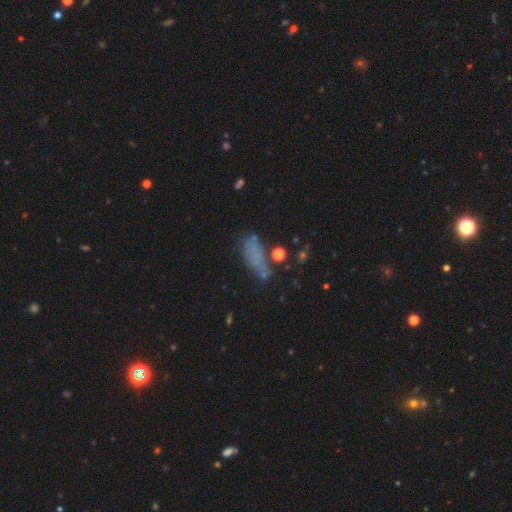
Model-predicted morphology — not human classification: Smooth or featured?
  - smooth: 60% *
  - star or artifact: 20%
  - featured or disk: 20%
How rounded?
  - in between: 61% *
  - cigar-shaped: 33%
  - round: 6%
Merging?
  - none: 46% *
  - minor disturbance: 24%
  - major disturbance: 21%
  - merger: 10%